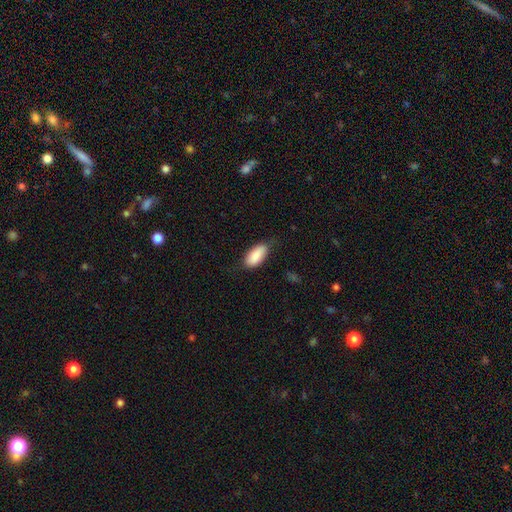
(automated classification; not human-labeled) A smooth galaxy with no disk features (87%) that is in between round and cigar-shaped (90%). Merging: none (70%).